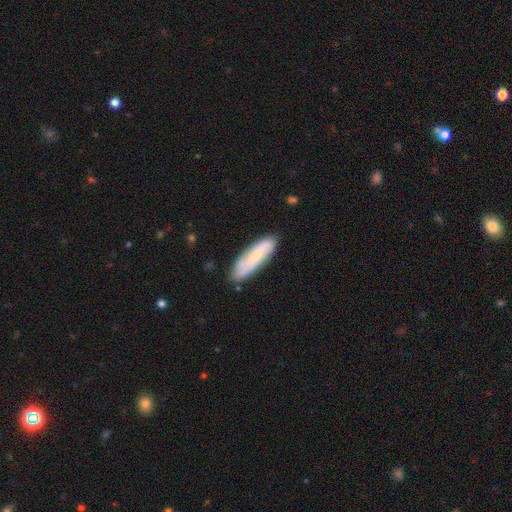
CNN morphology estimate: smooth 59%, featured or disk 34%, star or artifact 7%. Down the decision tree: how rounded — cigar-shaped (64%); merging — none (82%).